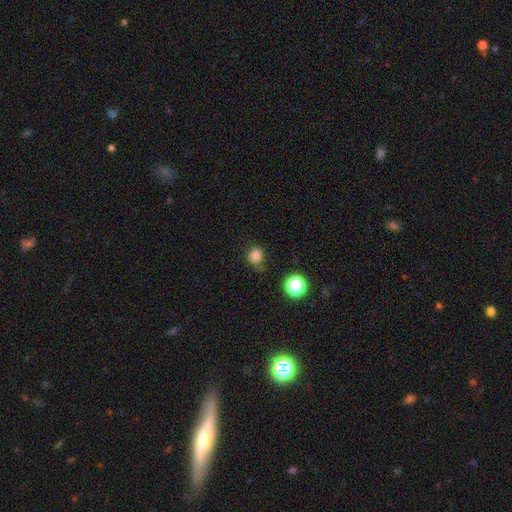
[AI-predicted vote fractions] The model was most divided on "merging": none: 60%, minor disturbance: 29%, major disturbance: 8%, merger: 3%. More confident: smooth or featured — smooth (80%); how rounded — round (77%).